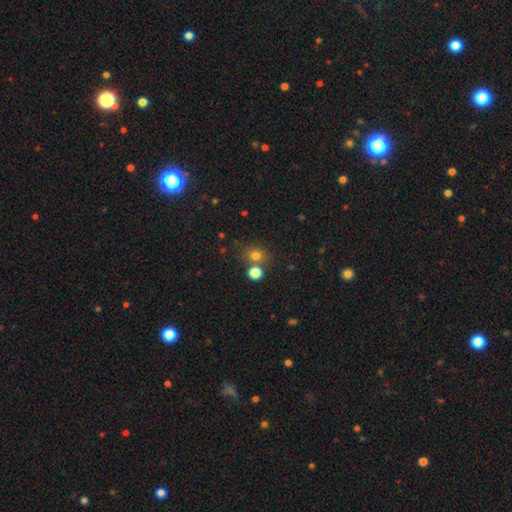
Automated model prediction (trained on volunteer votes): smooth-or-featured: smooth: 75% | star or artifact: 17% | featured or disk: 8%
  how-rounded: round: 65% | in between: 34% | cigar-shaped: 1%
  merging: none: 65% | merger: 20% | minor disturbance: 11% | major disturbance: 4%